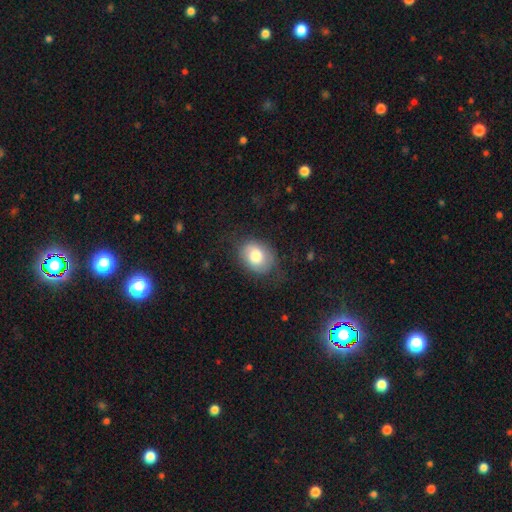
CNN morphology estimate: Smooth or featured? smooth (74%)
How rounded? in between (56%)
Merging? none (71%)